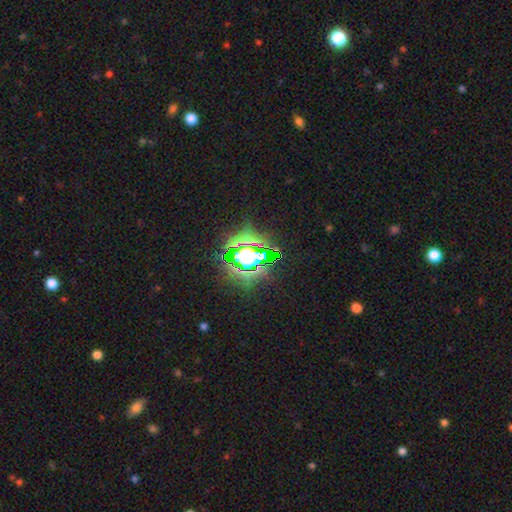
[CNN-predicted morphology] Q: Smooth or featured?
A: star or artifact (80%); runner-up: smooth (11%)